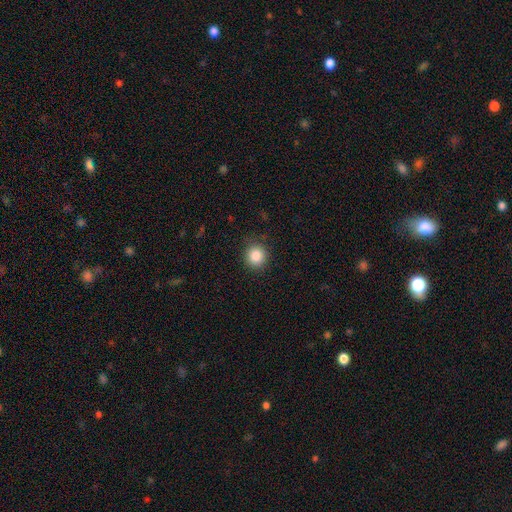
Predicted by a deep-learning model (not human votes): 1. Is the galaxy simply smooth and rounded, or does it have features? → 86% smooth, 10% star or artifact, 4% featured or disk.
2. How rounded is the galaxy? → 90% round, 9% in between, 1% cigar-shaped.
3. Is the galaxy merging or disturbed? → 87% none, 9% minor disturbance, 3% major disturbance, 1% merger.